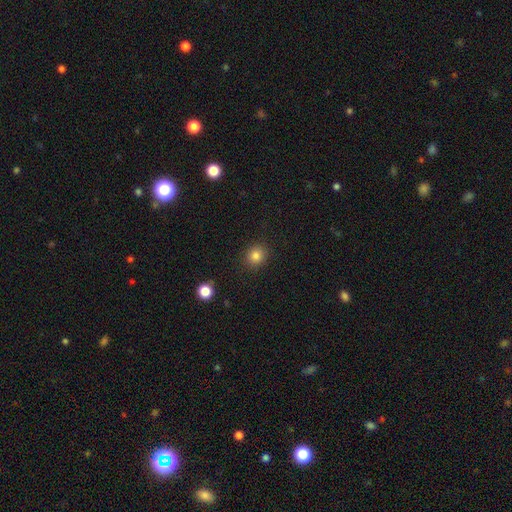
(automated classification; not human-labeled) smooth-or-featured: smooth: 83% | star or artifact: 12% | featured or disk: 5%
  how-rounded: round: 80% | in between: 19% | cigar-shaped: 1%
  merging: none: 90% | minor disturbance: 7% | major disturbance: 2% | merger: 1%